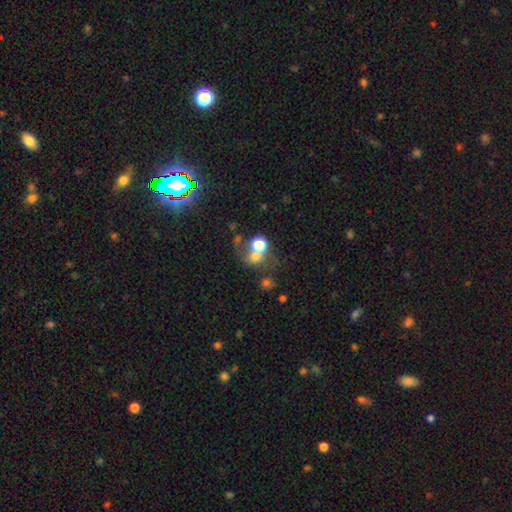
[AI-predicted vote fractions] Smooth or featured: smooth — 61% (featured or disk — 20%)
How rounded: round — 72% (in between — 27%)
Merging: merger — 47% (none — 32%)